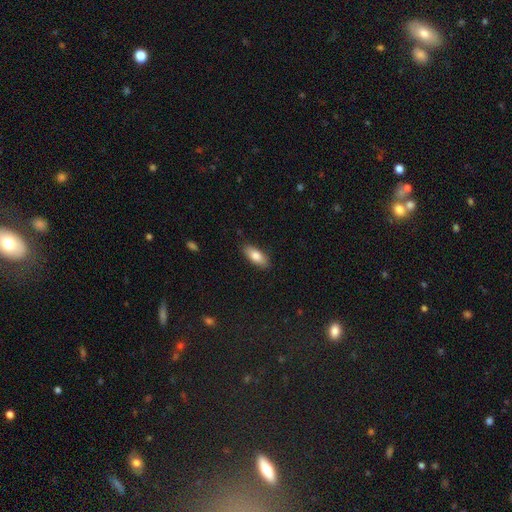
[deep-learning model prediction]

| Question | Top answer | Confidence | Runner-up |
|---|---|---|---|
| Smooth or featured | smooth | 81% | featured or disk (12%) |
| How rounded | in between | 80% | cigar-shaped (18%) |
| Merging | none | 87% | minor disturbance (10%) |